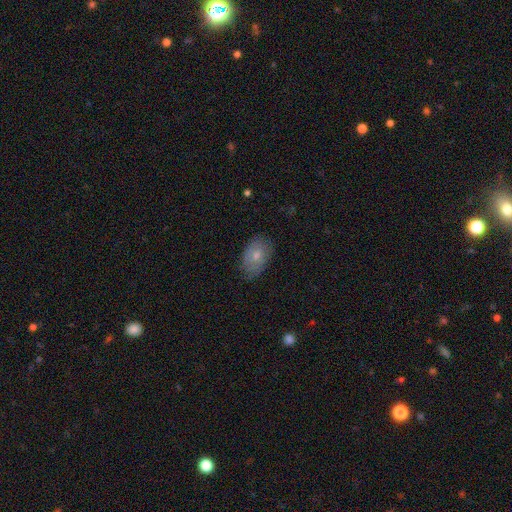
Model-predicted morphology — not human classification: The model was most divided on "smooth or featured": smooth: 69%, featured or disk: 24%, star or artifact: 7%. More confident: how rounded — in between (89%); merging — none (72%).